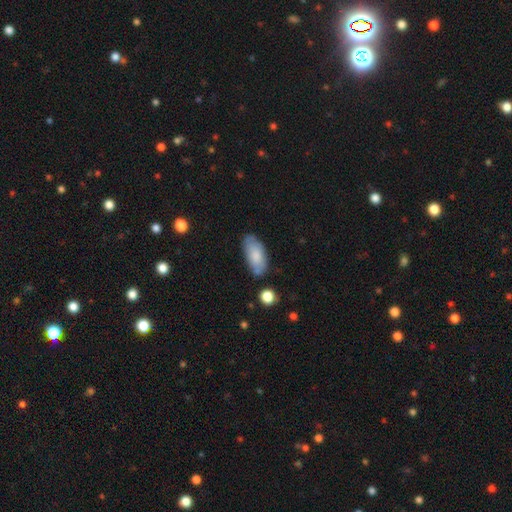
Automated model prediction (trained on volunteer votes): A smooth galaxy with no disk features (79%) that is in between round and cigar-shaped (89%).

Vote fractions:
- Smooth or featured? smooth: 79% / featured or disk: 14% / star or artifact: 6%
- How rounded? in between: 89% / cigar-shaped: 8% / round: 2%
- Merging? none: 70% / minor disturbance: 21% / merger: 5% / major disturbance: 4%